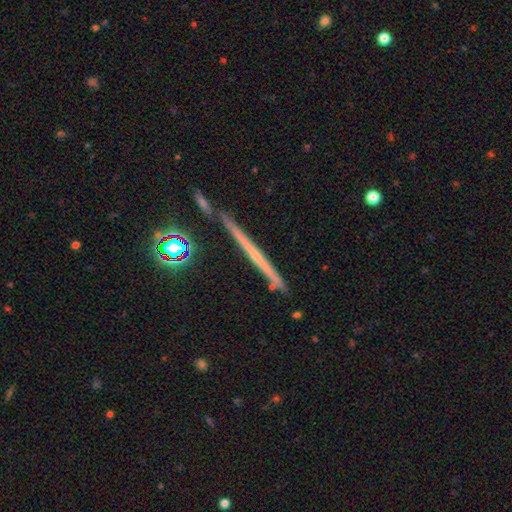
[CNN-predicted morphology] featured or disk 60%, smooth 27%, star or artifact 14%. Down the decision tree: edge-on disk — yes (96%); edge-on bulge — none (81%); merging — none (83%).